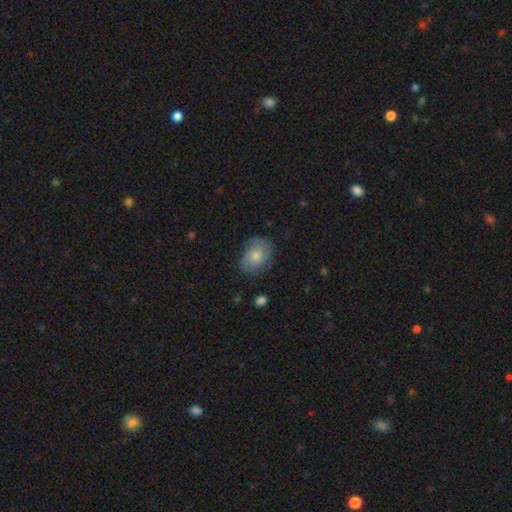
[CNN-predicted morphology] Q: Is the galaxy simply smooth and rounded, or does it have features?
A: smooth — 57%.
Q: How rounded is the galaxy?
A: in between — 63%.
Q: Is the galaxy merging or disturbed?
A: none — 74%.